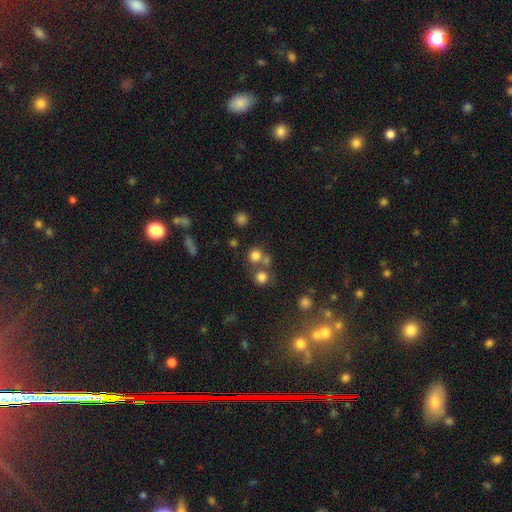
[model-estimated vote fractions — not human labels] A smooth galaxy with no disk features (74%) that is round (89%).

Vote fractions:
- Smooth or featured? smooth: 74% / star or artifact: 17% / featured or disk: 9%
- How rounded? round: 89% / in between: 10% / cigar-shaped: 1%
- Merging? none: 59% / merger: 30% / minor disturbance: 7% / major disturbance: 4%